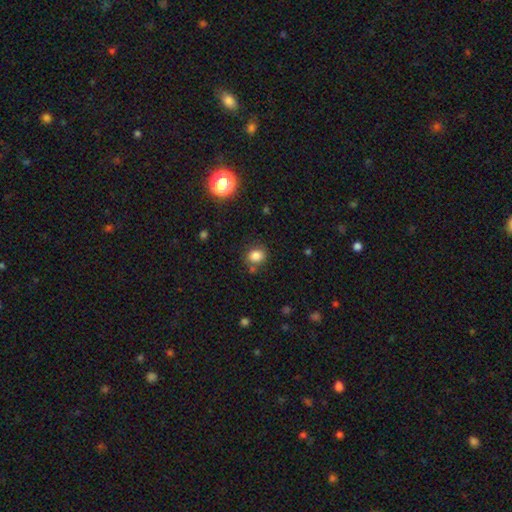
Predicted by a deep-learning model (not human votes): smooth-or-featured: smooth: 83% | star or artifact: 12% | featured or disk: 5%
  how-rounded: round: 67% | in between: 32% | cigar-shaped: 1%
  merging: none: 76% | minor disturbance: 13% | merger: 7% | major disturbance: 4%